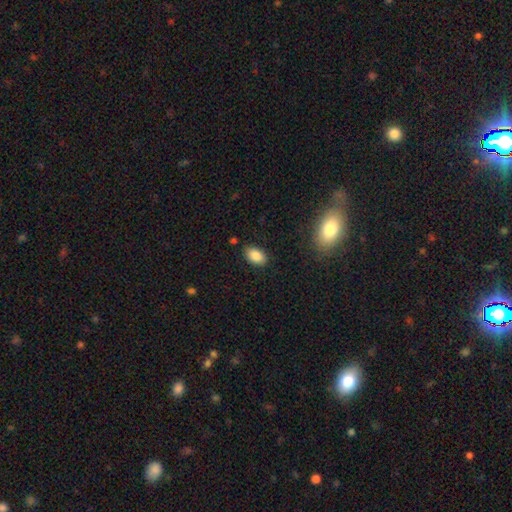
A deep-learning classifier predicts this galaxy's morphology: smooth-or-featured: smooth: 86% | star or artifact: 8% | featured or disk: 6%
  how-rounded: in between: 91% | round: 7% | cigar-shaped: 2%
  merging: none: 86% | minor disturbance: 10% | major disturbance: 2% | merger: 2%